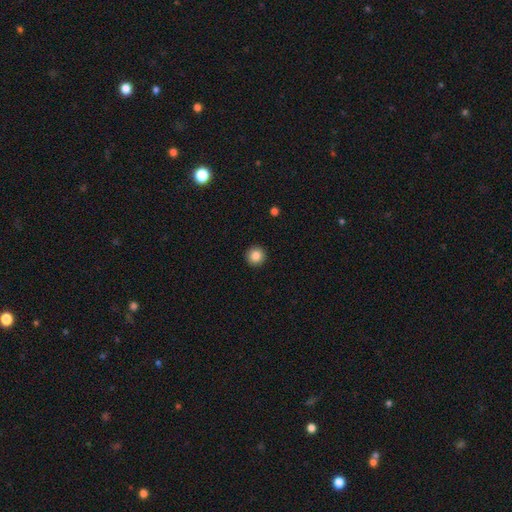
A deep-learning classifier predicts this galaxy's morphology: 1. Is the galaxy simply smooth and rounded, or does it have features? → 86% smooth, 9% star or artifact, 5% featured or disk.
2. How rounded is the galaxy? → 96% round, 3% in between, 1% cigar-shaped.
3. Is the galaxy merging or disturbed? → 93% none, 4% minor disturbance, 1% major disturbance, 1% merger.